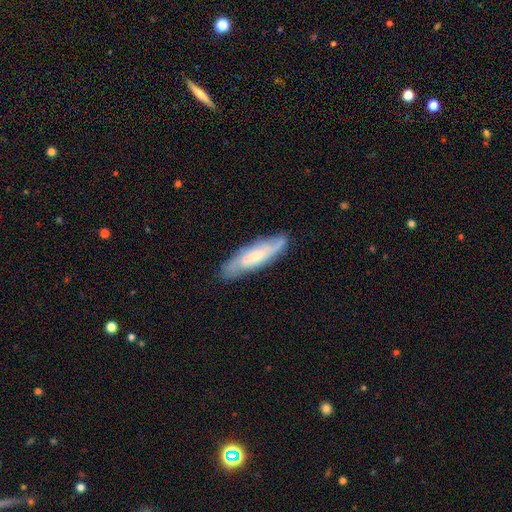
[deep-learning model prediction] Overall: featured or disk (62%; smooth 32%). Edge-on disk: no (70%). Merging: none (80%).